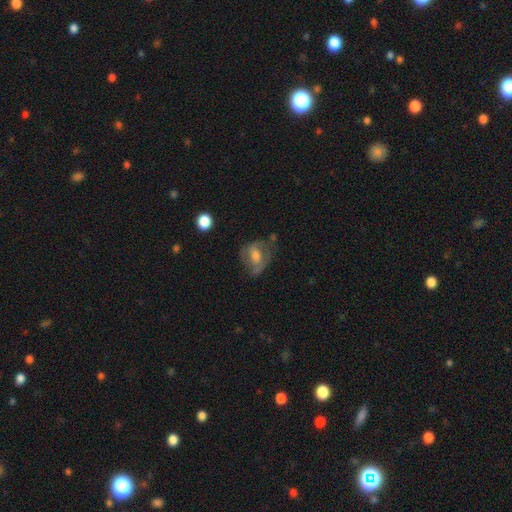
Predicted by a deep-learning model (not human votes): Smooth or featured?
  - featured or disk: 55% *
  - smooth: 35%
  - star or artifact: 9%
Edge-on disk?
  - no: 95% *
  - yes: 5%
Bar?
  - no: 45% *
  - weak: 39%
  - strong: 16%
Spiral arms?
  - yes: 58% *
  - no: 42%
Bulge size?
  - moderate: 57% *
  - small: 25%
  - large: 11%
  - none: 6%
  - dominant: 1%
Merging?
  - none: 52% *
  - minor disturbance: 25%
  - major disturbance: 20%
  - merger: 3%